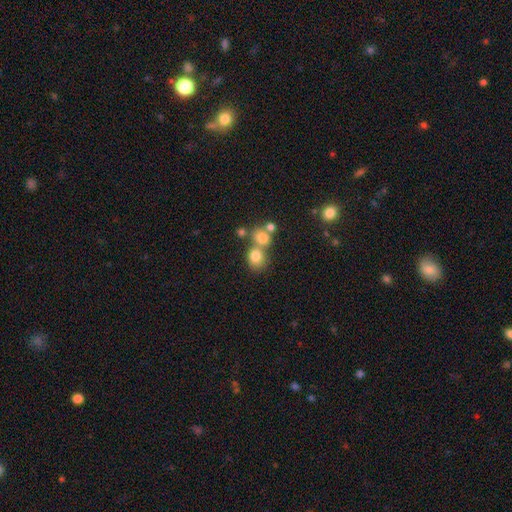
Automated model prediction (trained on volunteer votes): A smooth galaxy with no disk features (76%) that is round (67%). Merging: merger (45%).